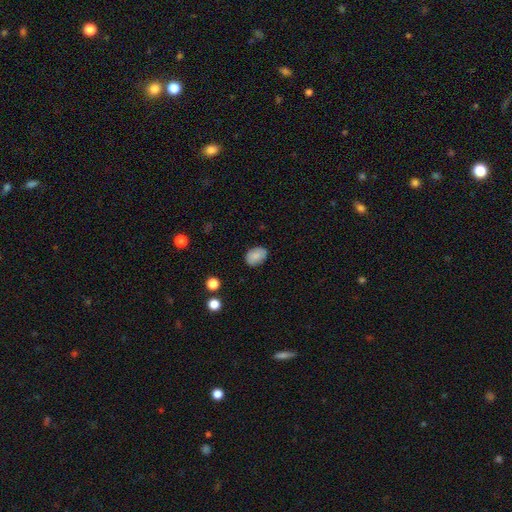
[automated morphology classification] Overall: smooth (84%). How rounded: in between (78%). Merging: none (81%).